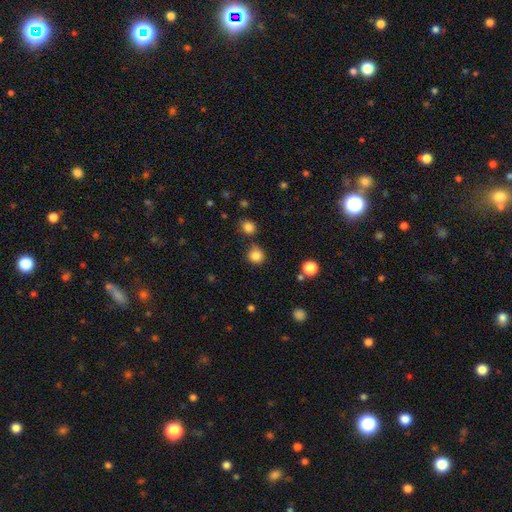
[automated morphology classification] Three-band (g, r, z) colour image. It shows a smooth galaxy with no disk features (83%) that is round (91%). Merging: none (79%).